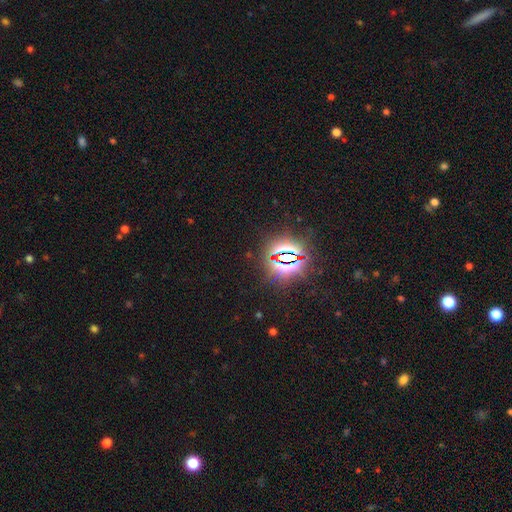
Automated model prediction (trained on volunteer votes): A star or artifact, not a galaxy (85%).

Vote fractions:
- Smooth or featured? star or artifact: 85% / smooth: 9% / featured or disk: 6%